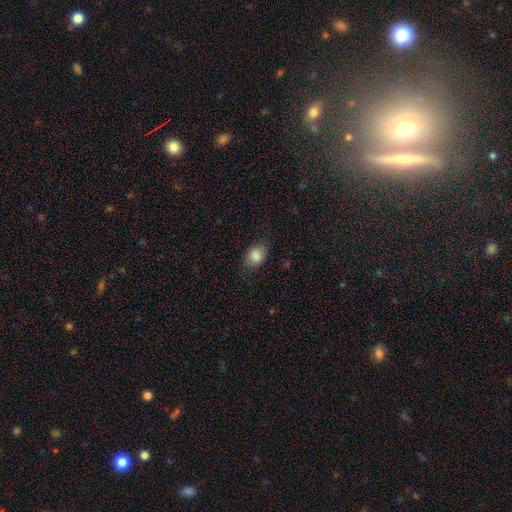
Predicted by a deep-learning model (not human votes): smooth 86%, star or artifact 8%, featured or disk 5%. Down the decision tree: how rounded — in between (66%); merging — none (78%).